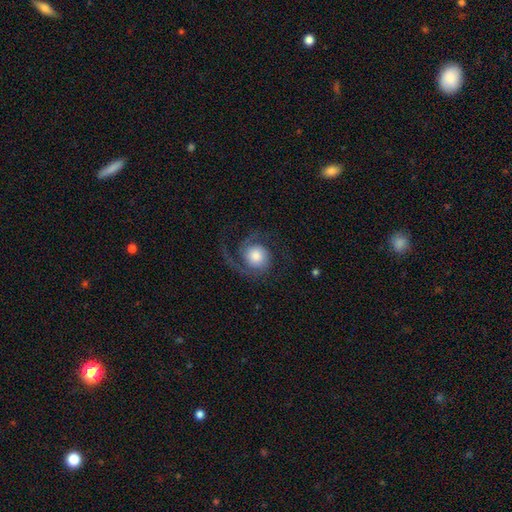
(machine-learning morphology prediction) The model was most divided on "bulge size": large: 42%, moderate: 31%, dominant: 14%, small: 9%, none: 4%. Remaining: edge-on disk — no (98%); spiral arms — yes (97%); smooth or featured — featured or disk (77%); spiral arm count — 2 (77%); bar — no (76%); merging — none (69%); spiral winding — medium (46%).